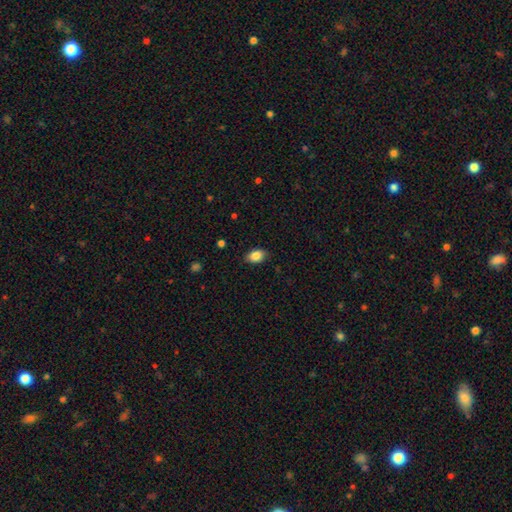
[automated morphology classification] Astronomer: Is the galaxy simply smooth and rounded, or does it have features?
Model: smooth — 87%.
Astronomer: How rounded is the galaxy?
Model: in between — 84%.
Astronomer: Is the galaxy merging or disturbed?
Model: none — 84%.